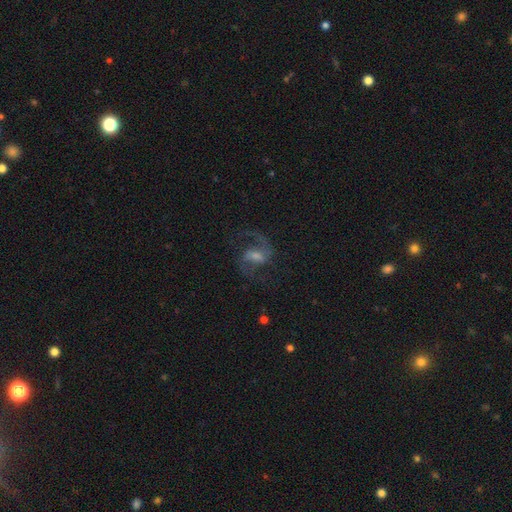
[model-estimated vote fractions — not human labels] Q: Smooth or featured?
A: featured or disk (85%); runner-up: star or artifact (8%)
Q: Edge-on disk?
A: no (97%); runner-up: yes (3%)
Q: Bar?
A: weak (54%); runner-up: strong (28%)
Q: Spiral arms?
A: yes (97%); runner-up: no (3%)
Q: Spiral winding?
A: medium (54%); runner-up: loose (38%)
Q: Spiral arm count?
A: 2 (92%); runner-up: 1 (2%)
Q: Bulge size?
A: moderate (37%); runner-up: small (35%)
Q: Merging?
A: none (76%); runner-up: minor disturbance (12%)